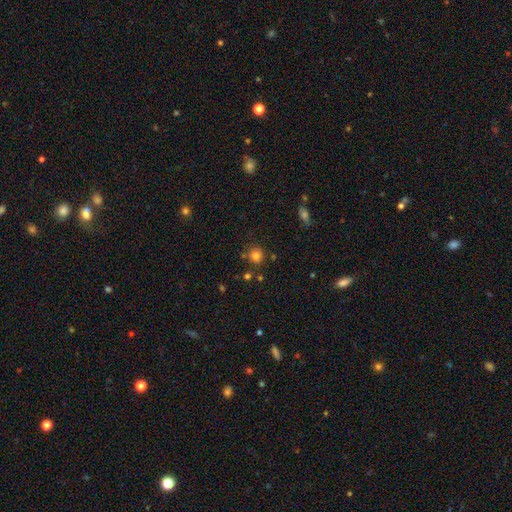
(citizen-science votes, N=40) smooth-or-featured: smooth: 88% | featured or disk: 8% | star or artifact: 5%
  how-rounded: round: 91% | in between: 9% | cigar-shaped: 0%
  merging: none: 66% | merger: 18% | minor disturbance: 13% | major disturbance: 3%